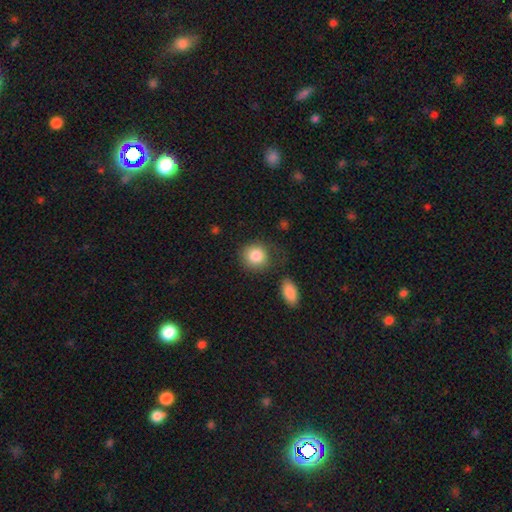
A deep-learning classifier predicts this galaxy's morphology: A smooth galaxy with no disk features (85%) that is round (82%).

Vote fractions:
- Smooth or featured? smooth: 85% / star or artifact: 8% / featured or disk: 7%
- How rounded? round: 82% / in between: 17% / cigar-shaped: 1%
- Merging? none: 71% / minor disturbance: 15% / merger: 8% / major disturbance: 7%